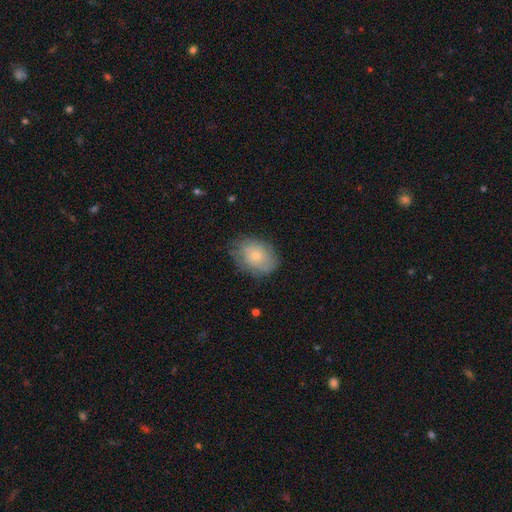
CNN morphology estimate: smooth 64%, featured or disk 28%, star or artifact 7%. Down the decision tree: how rounded — in between (72%); merging — none (69%).